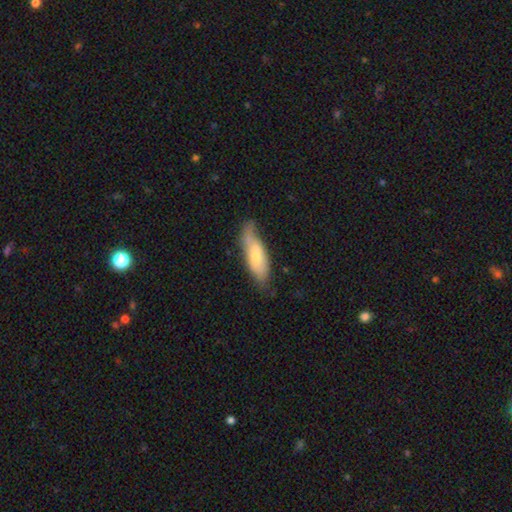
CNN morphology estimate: type=smooth (60%); roundness=in between (60%); merging=none (51%).